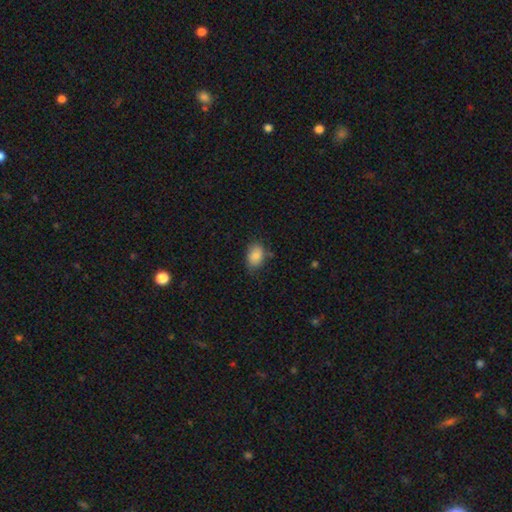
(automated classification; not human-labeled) Overall: smooth (85%). How rounded: in between (81%). Merging: none (67%).